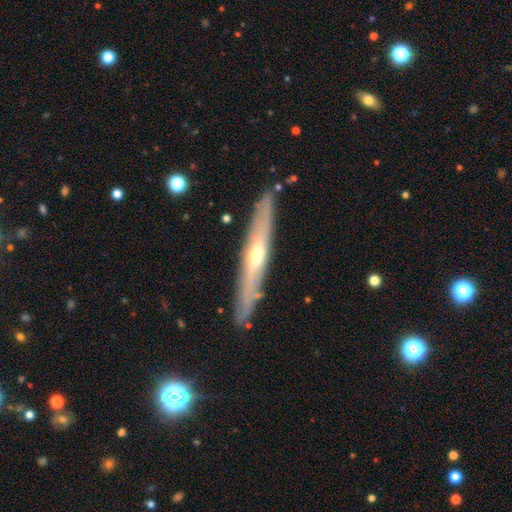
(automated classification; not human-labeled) smooth_or_featured: featured or disk (p=0.68) [alt: smooth p=0.26]
disk_edge_on: yes (p=0.83) [alt: no p=0.17]
edge_on_bulge: rounded (p=0.75) [alt: none p=0.22]
merging: none (p=0.87) [alt: minor disturbance p=0.10]